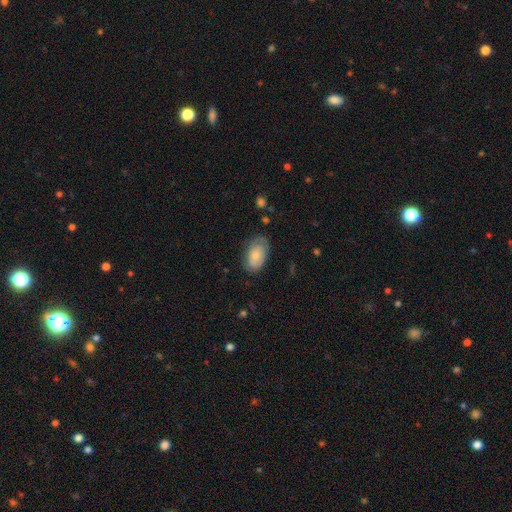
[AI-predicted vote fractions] Smooth or featured?
  - smooth: 62% *
  - featured or disk: 32%
  - star or artifact: 7%
How rounded?
  - in between: 92% *
  - round: 7%
  - cigar-shaped: 2%
Merging?
  - none: 70% *
  - minor disturbance: 22%
  - major disturbance: 7%
  - merger: 1%